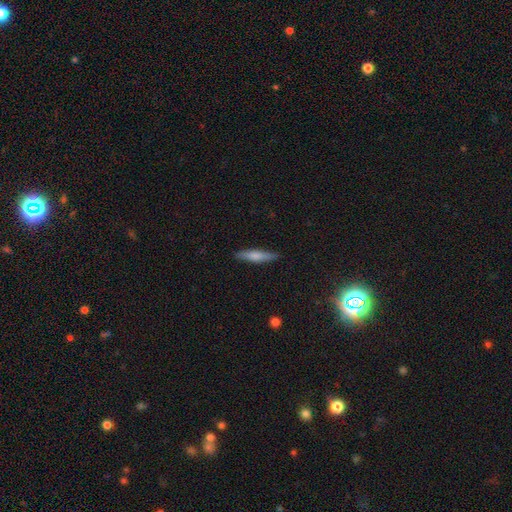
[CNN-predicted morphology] Smooth or featured: smooth — 66% (featured or disk — 29%)
How rounded: cigar-shaped — 85% (in between — 14%)
Merging: none — 89% (minor disturbance — 9%)